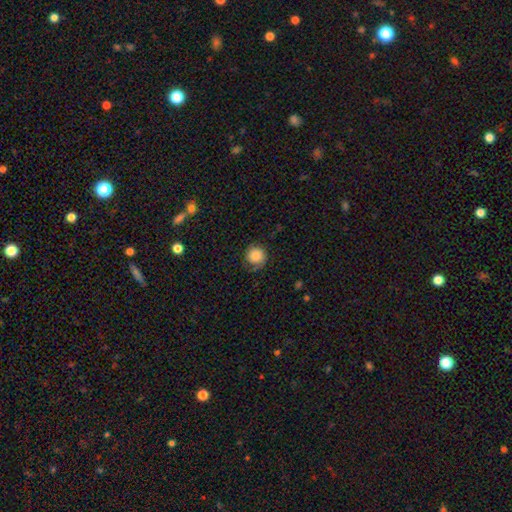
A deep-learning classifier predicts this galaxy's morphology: type=smooth (77%); roundness=round (92%); merging=none (72%).